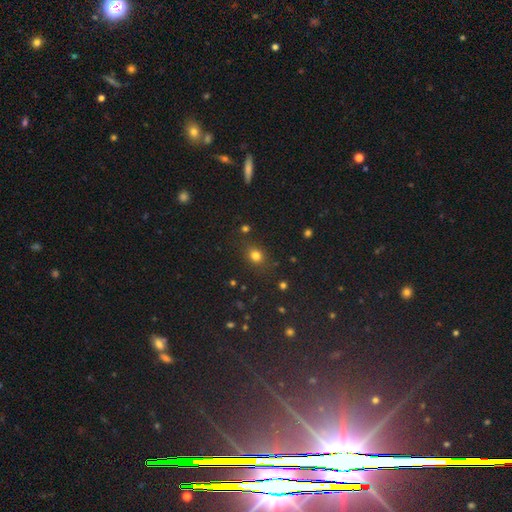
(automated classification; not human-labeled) This appears to be a smooth galaxy with no disk features (76%) that is round (72%). Merging: none (83%).